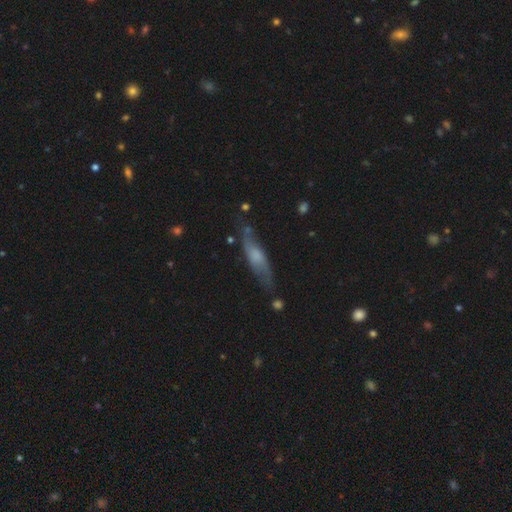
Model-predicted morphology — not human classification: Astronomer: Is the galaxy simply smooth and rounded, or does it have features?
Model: featured or disk — 50% (runner-up: smooth, 42%).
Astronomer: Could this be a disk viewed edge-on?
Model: yes — 53% (runner-up: no, 47%).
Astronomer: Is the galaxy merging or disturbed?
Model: none — 66%.